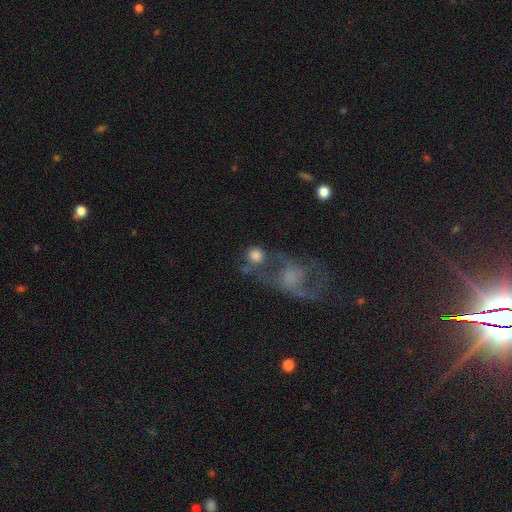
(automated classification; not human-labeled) This appears to be a smooth galaxy with no disk features (74%) that is round (86%). Merging: none (42%).